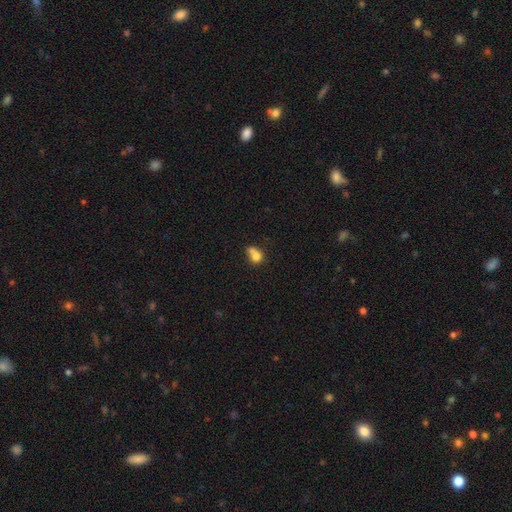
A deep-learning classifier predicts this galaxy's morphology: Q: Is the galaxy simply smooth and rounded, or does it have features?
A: smooth — 75%.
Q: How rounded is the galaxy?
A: round — 56%.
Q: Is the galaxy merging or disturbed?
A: merger — 44%.